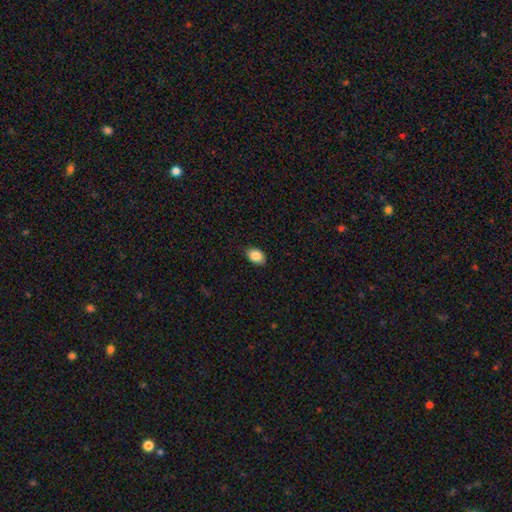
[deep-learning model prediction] The model was most divided on "how rounded": in between: 82%, round: 17%, cigar-shaped: 1%. More confident: smooth or featured — smooth (88%); merging — none (87%).